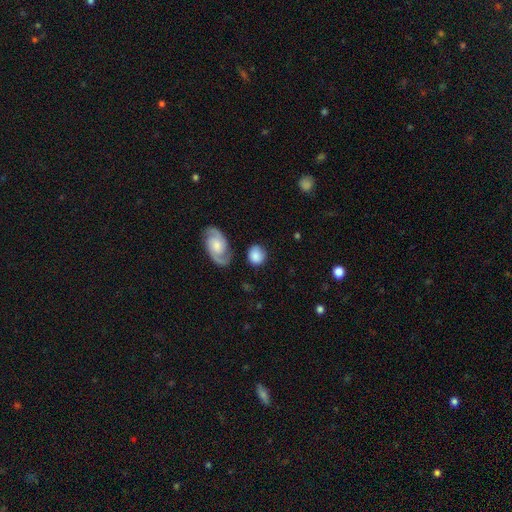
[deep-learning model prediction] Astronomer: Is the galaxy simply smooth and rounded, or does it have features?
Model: smooth — 71%.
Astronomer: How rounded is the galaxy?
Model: round — 67%.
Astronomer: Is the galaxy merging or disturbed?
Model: none — 71%.